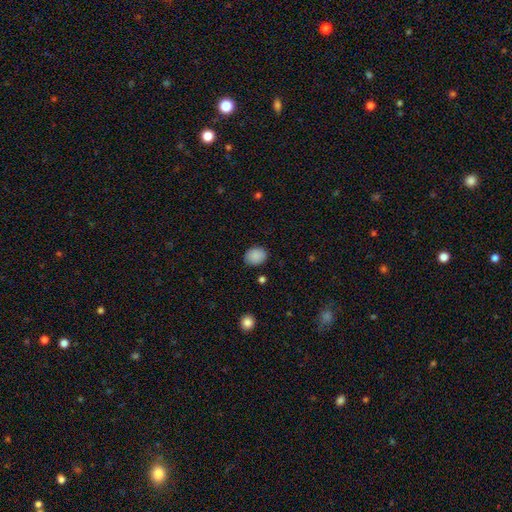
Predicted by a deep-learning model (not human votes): smooth-or-featured: smooth: 89% | star or artifact: 8% | featured or disk: 4%
  how-rounded: in between: 51% | round: 48% | cigar-shaped: 1%
  merging: none: 85% | minor disturbance: 11% | major disturbance: 3% | merger: 1%